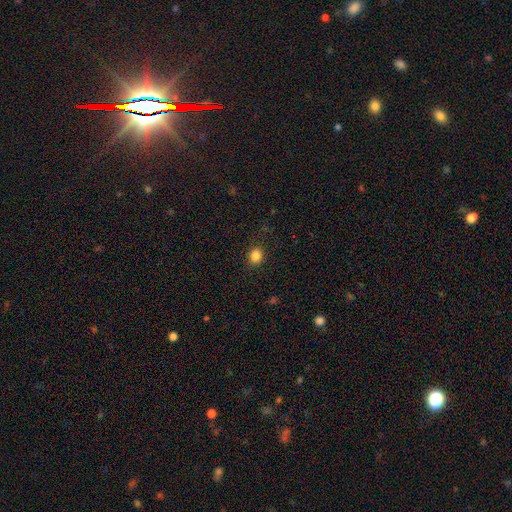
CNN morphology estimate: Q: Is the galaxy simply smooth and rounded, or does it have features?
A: smooth — 84%.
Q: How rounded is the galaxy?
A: round — 71%.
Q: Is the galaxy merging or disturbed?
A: none — 88%.